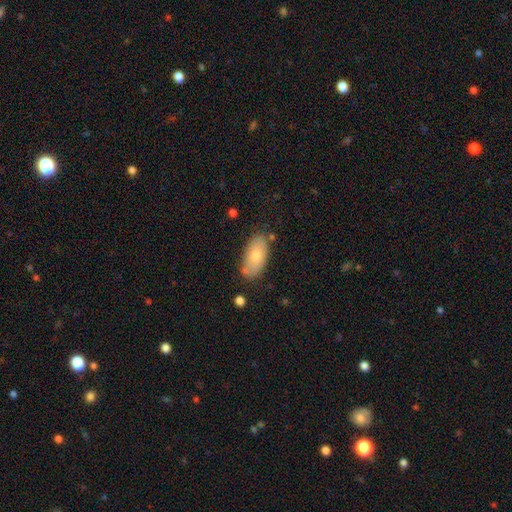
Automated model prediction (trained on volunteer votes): This appears to be a smooth galaxy with no disk features (69%) that is in between round and cigar-shaped (93%). Merging: none (76%).